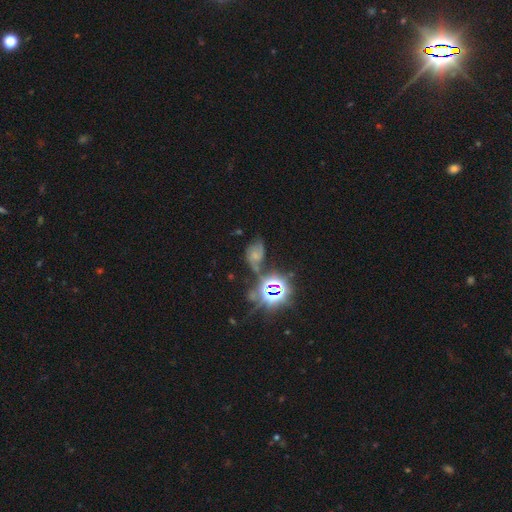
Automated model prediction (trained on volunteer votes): The model was most divided on "smooth or featured": featured or disk: 42%, star or artifact: 33%, smooth: 25%. Remaining: merging — none (39%).